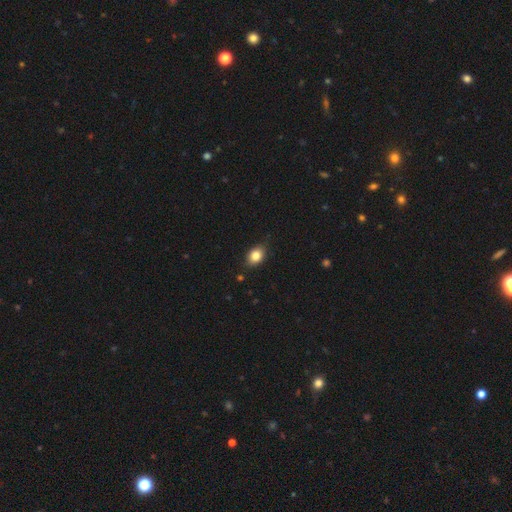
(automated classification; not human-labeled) smooth-or-featured: smooth: 83% | star or artifact: 9% | featured or disk: 8%
  how-rounded: in between: 76% | round: 23% | cigar-shaped: 2%
  merging: none: 82% | minor disturbance: 14% | major disturbance: 2% | merger: 1%